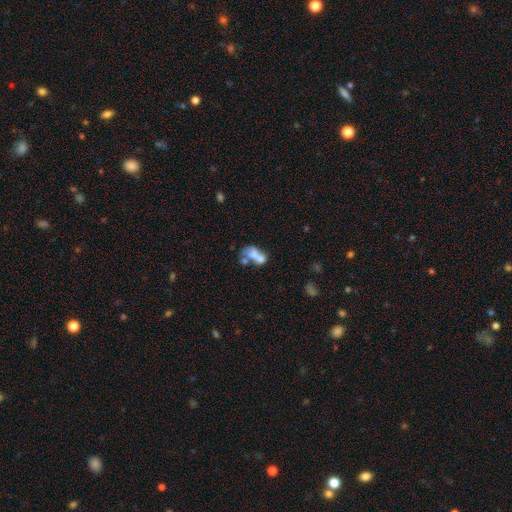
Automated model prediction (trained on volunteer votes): Smooth or featured? smooth (52%)
How rounded? in between (74%)
Merging? merger (62%)